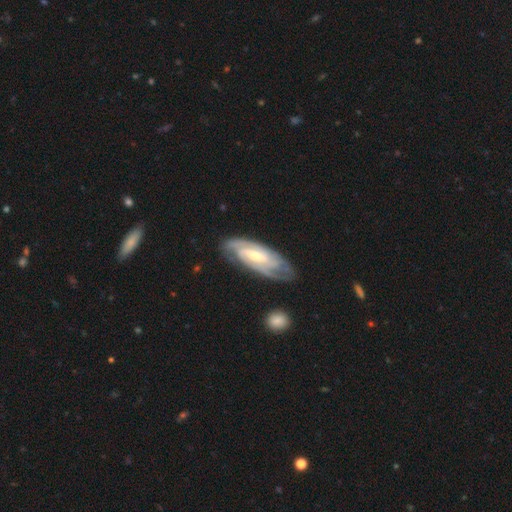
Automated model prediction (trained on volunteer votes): smooth_or_featured: featured or disk (p=0.85) [alt: smooth p=0.10]
disk_edge_on: no (p=0.92) [alt: yes p=0.08]
bar: weak (p=0.46) [alt: strong p=0.28]
has_spiral_arms: yes (p=0.96) [alt: no p=0.04]
spiral_winding: tight (p=0.60) [alt: medium p=0.34]
spiral_arm_count: 2 (p=0.50) [alt: can't tell p=0.19]
bulge_size: small (p=0.47) [alt: moderate p=0.45]
merging: none (p=0.78) [alt: minor disturbance p=0.15]